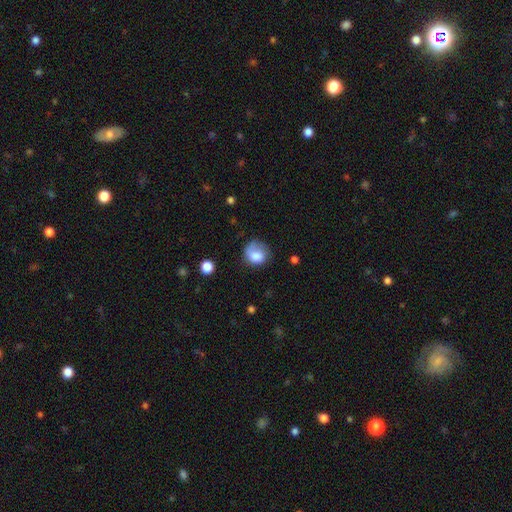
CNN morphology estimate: Q: Smooth or featured?
A: smooth (73%); runner-up: featured or disk (19%)
Q: How rounded?
A: round (68%); runner-up: in between (31%)
Q: Merging?
A: none (47%); runner-up: minor disturbance (29%)